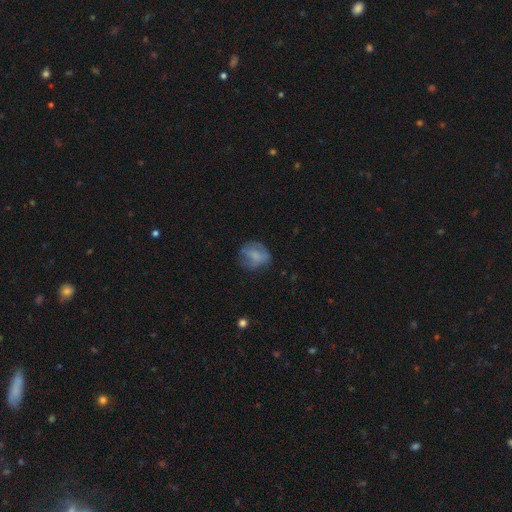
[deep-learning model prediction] Smooth or featured? smooth (62%)
How rounded? round (67%)
Merging? none (59%)